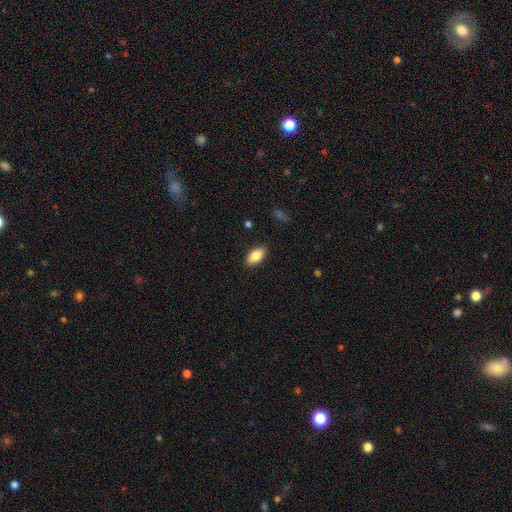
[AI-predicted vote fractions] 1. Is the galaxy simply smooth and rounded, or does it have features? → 84% smooth, 9% featured or disk, 7% star or artifact.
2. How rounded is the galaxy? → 91% in between, 5% cigar-shaped, 3% round.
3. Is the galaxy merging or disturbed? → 88% none, 9% minor disturbance, 2% major disturbance, 1% merger.